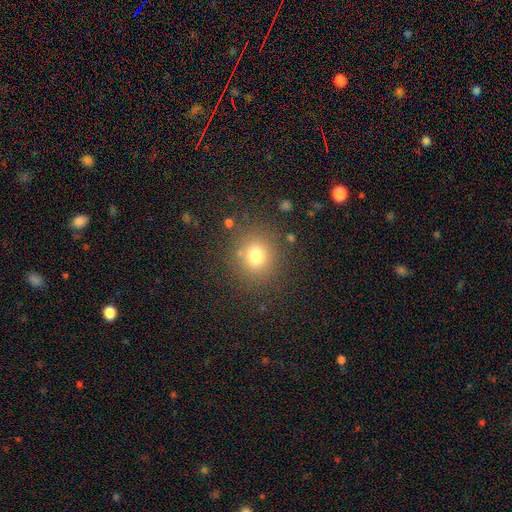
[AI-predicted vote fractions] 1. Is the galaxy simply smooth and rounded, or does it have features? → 75% smooth, 16% star or artifact, 9% featured or disk.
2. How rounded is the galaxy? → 86% round, 13% in between, 1% cigar-shaped.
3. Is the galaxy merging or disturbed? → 84% none, 9% minor disturbance, 4% major disturbance, 3% merger.